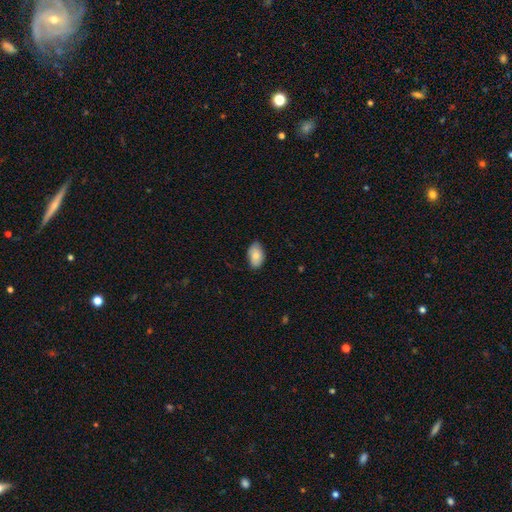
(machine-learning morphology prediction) Smooth or featured?
  - smooth: 81% *
  - featured or disk: 13%
  - star or artifact: 7%
How rounded?
  - in between: 93% *
  - round: 6%
  - cigar-shaped: 1%
Merging?
  - none: 78% *
  - minor disturbance: 19%
  - major disturbance: 2%
  - merger: 1%